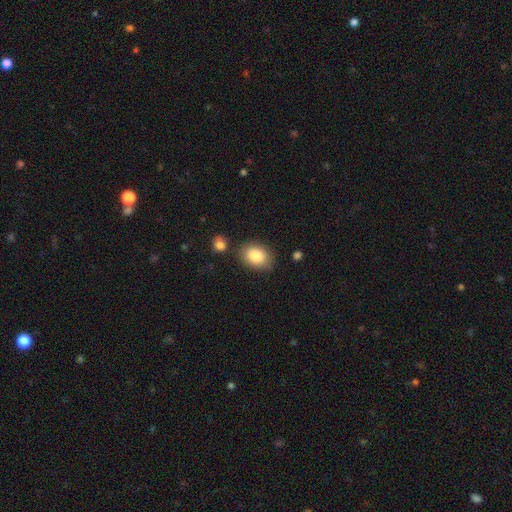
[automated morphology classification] A smooth galaxy with no disk features (86%) that is in between round and cigar-shaped (78%).

Vote fractions:
- Smooth or featured? smooth: 86% / featured or disk: 7% / star or artifact: 7%
- How rounded? in between: 78% / round: 21% / cigar-shaped: 1%
- Merging? none: 76% / minor disturbance: 14% / merger: 6% / major disturbance: 4%